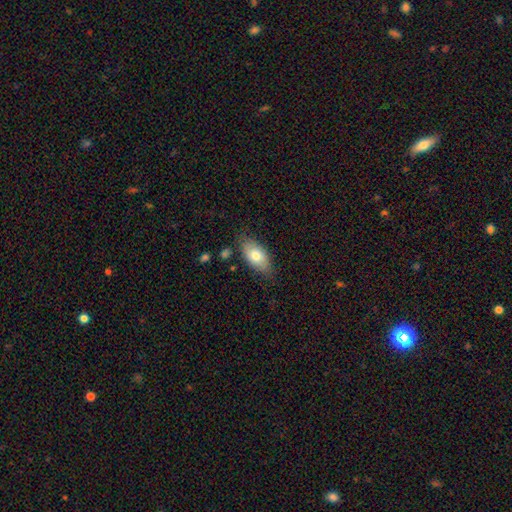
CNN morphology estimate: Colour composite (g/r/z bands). It shows a smooth galaxy with no disk features (75%) that is in between round and cigar-shaped (92%). Merging: none (77%).